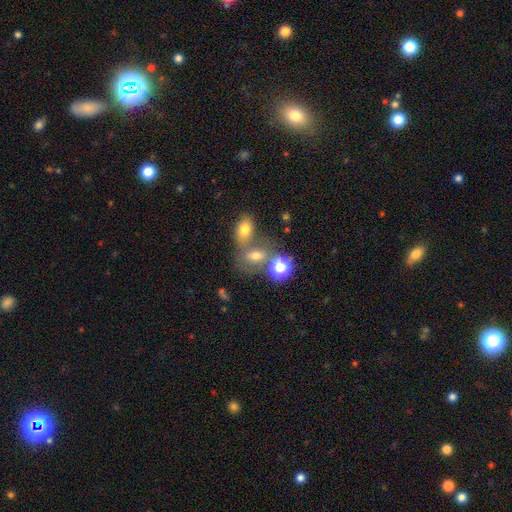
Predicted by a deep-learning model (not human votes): smooth 63%, star or artifact 19%, featured or disk 18%. Down the decision tree: how rounded — in between (64%); merging — merger (47%).